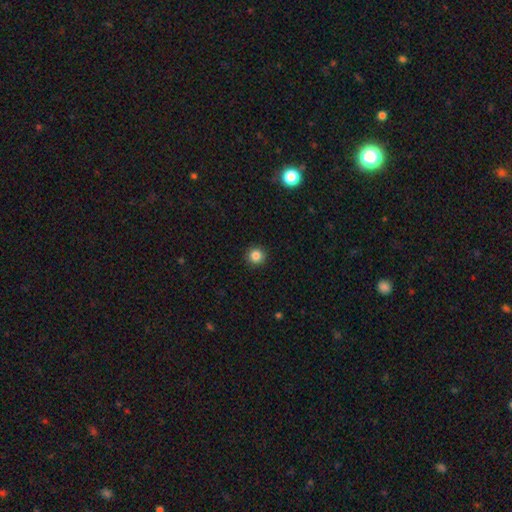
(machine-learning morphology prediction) Q: Smooth or featured?
A: smooth (84%); runner-up: star or artifact (11%)
Q: How rounded?
A: round (95%); runner-up: in between (4%)
Q: Merging?
A: none (93%); runner-up: minor disturbance (4%)